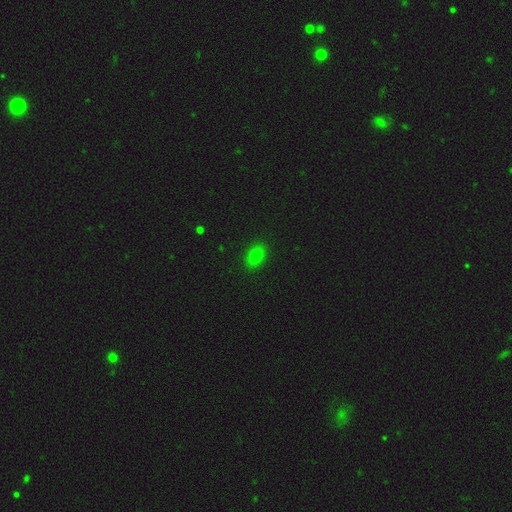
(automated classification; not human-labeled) Smooth or featured? smooth (76%)
How rounded? in between (69%)
Merging? none (88%)